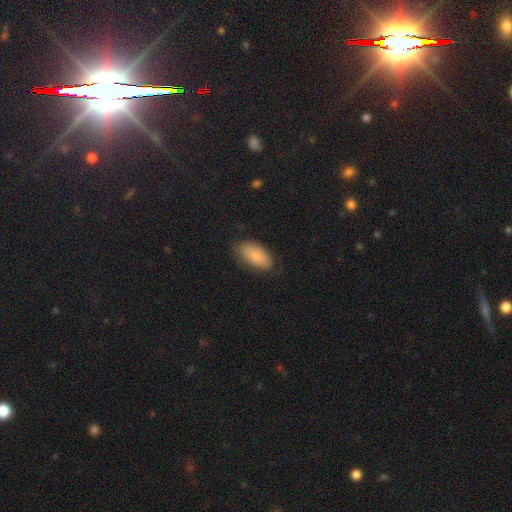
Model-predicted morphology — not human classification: This is clearly a smooth galaxy (85%). How rounded: clearly in between (92%). Merging: likely none (79%).